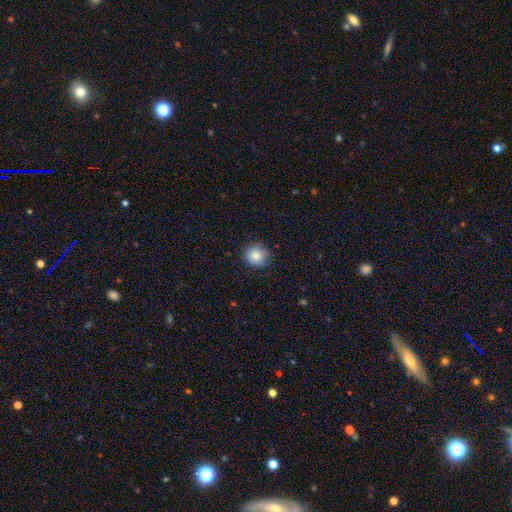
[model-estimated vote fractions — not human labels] Smooth or featured?
  - smooth: 81% *
  - star or artifact: 10%
  - featured or disk: 9%
How rounded?
  - round: 90% *
  - in between: 9%
  - cigar-shaped: 1%
Merging?
  - none: 84% *
  - minor disturbance: 13%
  - major disturbance: 3%
  - merger: 1%